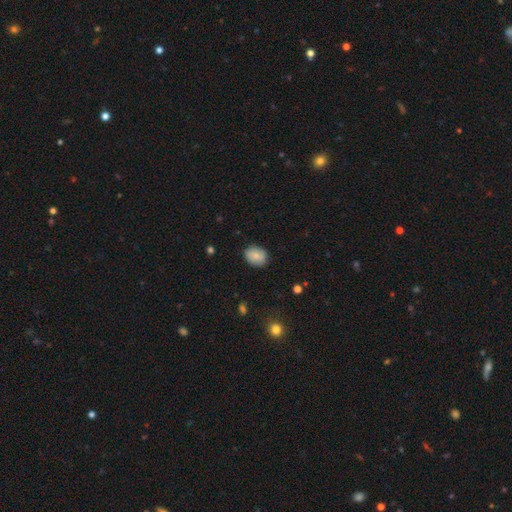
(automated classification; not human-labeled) smooth_or_featured: smooth (p=0.76) [alt: featured or disk p=0.17]
how_rounded: in between (p=0.57) [alt: round p=0.42]
merging: none (p=0.82) [alt: minor disturbance p=0.14]